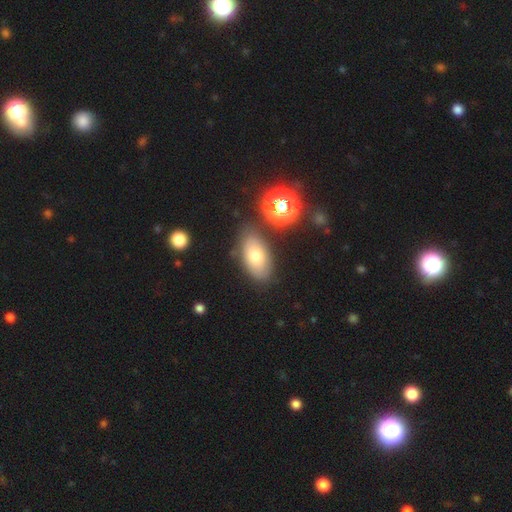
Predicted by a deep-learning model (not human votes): smooth-or-featured: smooth: 71% | featured or disk: 19% | star or artifact: 11%
  how-rounded: in between: 92% | round: 5% | cigar-shaped: 3%
  merging: none: 78% | minor disturbance: 13% | merger: 5% | major disturbance: 4%